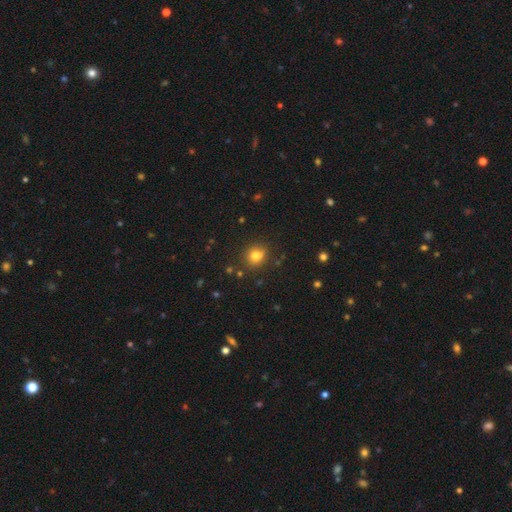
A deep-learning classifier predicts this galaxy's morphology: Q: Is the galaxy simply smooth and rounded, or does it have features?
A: smooth — 79%.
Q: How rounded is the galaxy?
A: round — 74%.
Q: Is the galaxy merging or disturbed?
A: none — 77%.